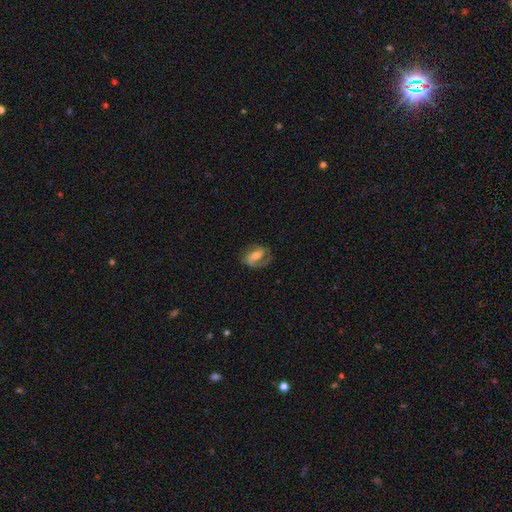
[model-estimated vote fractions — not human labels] smooth_or_featured: featured or disk (p=0.66) [alt: smooth p=0.27]
disk_edge_on: no (p=0.96) [alt: yes p=0.04]
bar: weak (p=0.39) [alt: strong p=0.32]
has_spiral_arms: yes (p=0.85) [alt: no p=0.15]
spiral_winding: medium (p=0.44) [alt: tight p=0.28]
spiral_arm_count: 2 (p=0.67) [alt: 1 p=0.23]
bulge_size: moderate (p=0.56) [alt: small p=0.33]
merging: none (p=0.64) [alt: minor disturbance p=0.21]